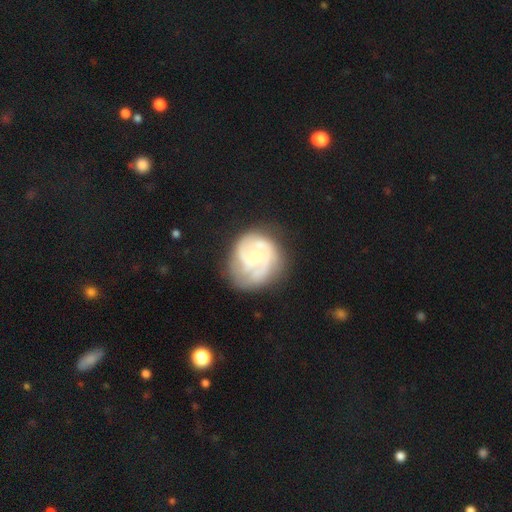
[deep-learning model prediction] Smooth or featured?
  - featured or disk: 73% *
  - smooth: 21%
  - star or artifact: 6%
Edge-on disk?
  - no: 98% *
  - yes: 2%
Bar?
  - no: 77% *
  - weak: 20%
  - strong: 3%
Spiral arms?
  - yes: 84% *
  - no: 16%
Spiral winding?
  - tight: 52% *
  - medium: 35%
  - loose: 12%
Spiral arm count?
  - can't tell: 30% *
  - 2: 28%
  - 3: 27%
  - 1: 7%
  - 4: 5%
  - more than 4: 4%
Bulge size?
  - moderate: 50% *
  - small: 44%
  - large: 3%
  - none: 2%
  - dominant: 1%
Merging?
  - none: 59% *
  - minor disturbance: 24%
  - major disturbance: 14%
  - merger: 3%